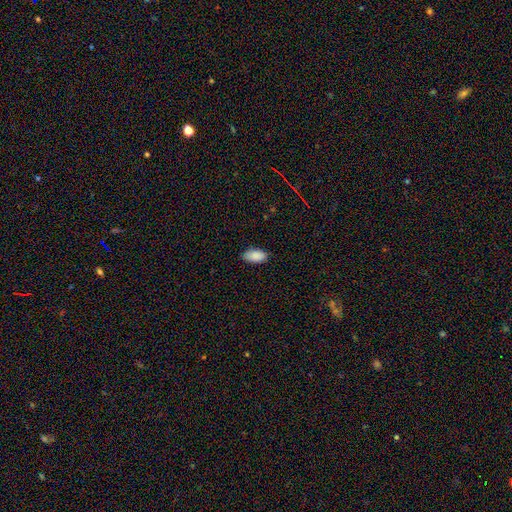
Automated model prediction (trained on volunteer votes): Q: Smooth or featured?
A: smooth (89%); runner-up: star or artifact (7%)
Q: How rounded?
A: in between (95%); runner-up: cigar-shaped (3%)
Q: Merging?
A: none (83%); runner-up: minor disturbance (13%)